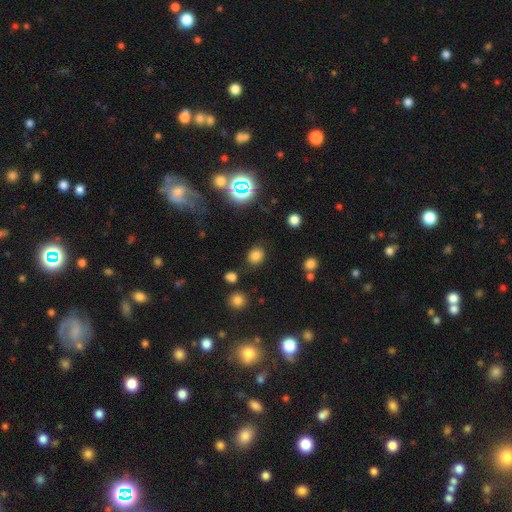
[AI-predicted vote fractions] smooth_or_featured: smooth (p=0.75) [alt: star or artifact p=0.18]
how_rounded: round (p=0.54) [alt: in between p=0.45]
merging: none (p=0.81) [alt: minor disturbance p=0.12]